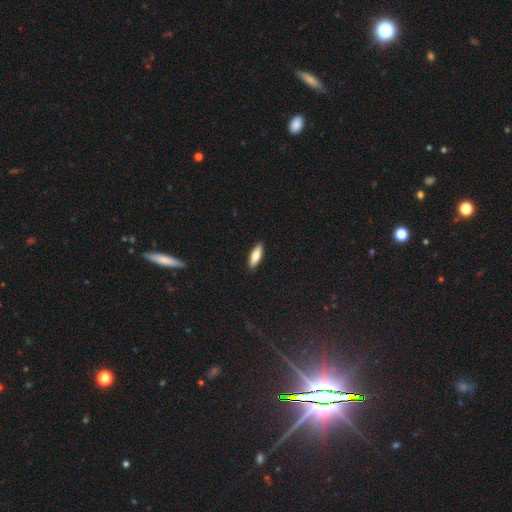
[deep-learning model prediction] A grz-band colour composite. It shows a smooth galaxy with no disk features (77%) that is in between round and cigar-shaped (59%). Merging: none (90%).